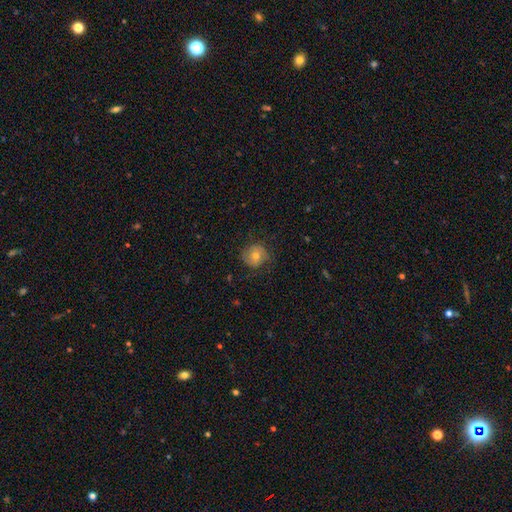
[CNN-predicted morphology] The model was most divided on "smooth or featured": featured or disk: 51%, smooth: 38%, star or artifact: 11%. More confident: edge-on disk — no (97%); merging — none (74%).